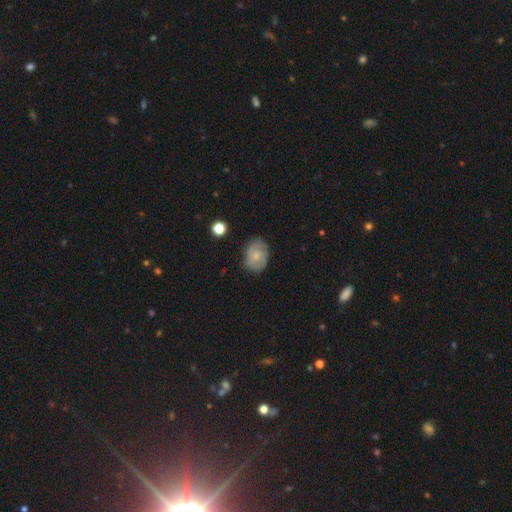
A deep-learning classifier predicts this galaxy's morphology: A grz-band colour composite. It shows a smooth galaxy with no disk features (54%) that is in between round and cigar-shaped (65%). Merging: none (68%).